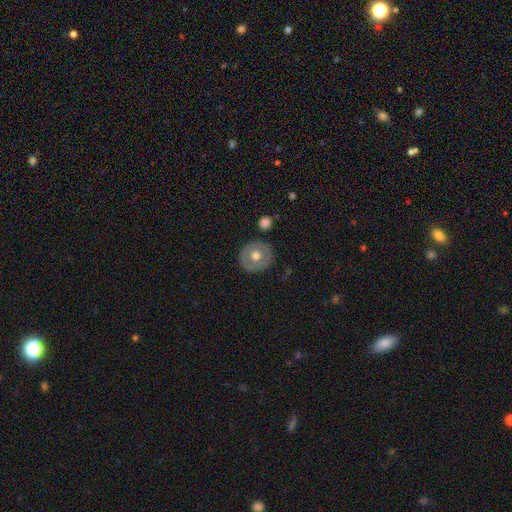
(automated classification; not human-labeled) smooth_or_featured: smooth (p=0.58) [alt: featured or disk p=0.36]
how_rounded: round (p=0.87) [alt: in between p=0.12]
merging: none (p=0.87) [alt: minor disturbance p=0.08]